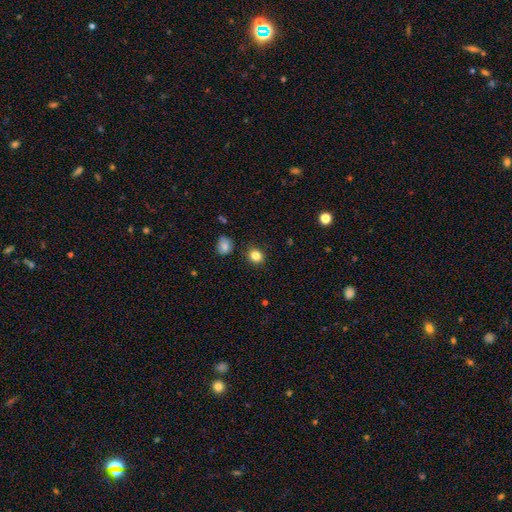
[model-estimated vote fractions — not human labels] smooth-or-featured: smooth: 84% | star or artifact: 11% | featured or disk: 5%
  how-rounded: round: 77% | in between: 22% | cigar-shaped: 1%
  merging: none: 88% | minor disturbance: 7% | merger: 3% | major disturbance: 2%